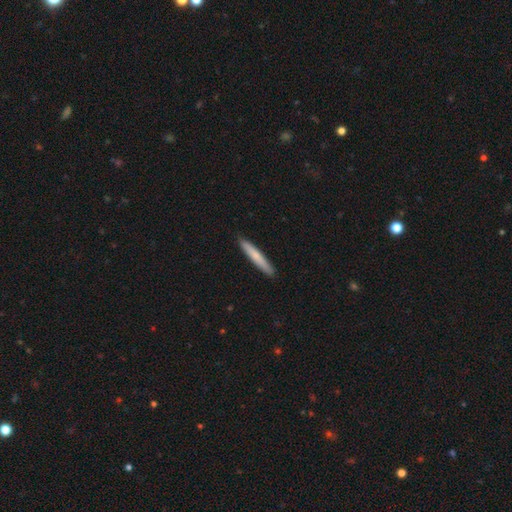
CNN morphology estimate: A smooth galaxy with no disk features (72%) that is cigar-shaped (95%).

Vote fractions:
- Smooth or featured? smooth: 72% / featured or disk: 23% / star or artifact: 5%
- How rounded? cigar-shaped: 95% / in between: 4% / round: 1%
- Merging? none: 92% / minor disturbance: 6% / major disturbance: 1% / merger: 1%